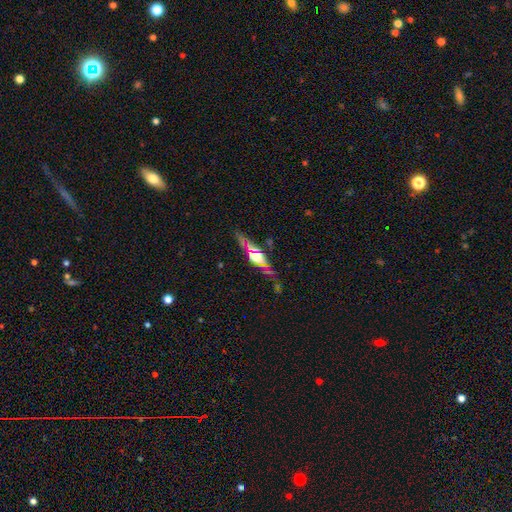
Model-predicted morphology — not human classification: Overall: featured or disk (53%; smooth 33%). Edge-on disk: yes (83%). Merging: none (79%).